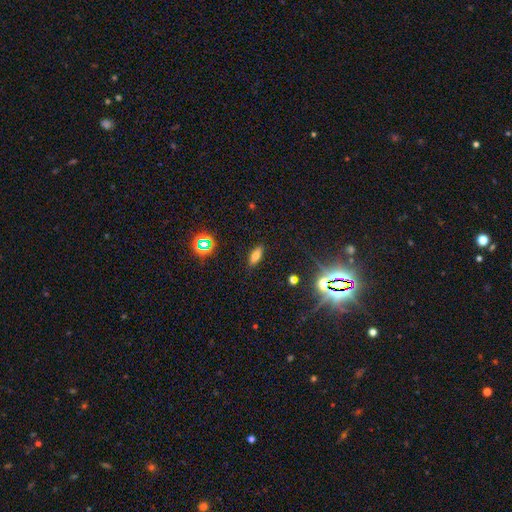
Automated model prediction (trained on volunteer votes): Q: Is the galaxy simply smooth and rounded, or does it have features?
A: smooth — 67%.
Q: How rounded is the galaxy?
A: in between — 73%.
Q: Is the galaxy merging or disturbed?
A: none — 88%.